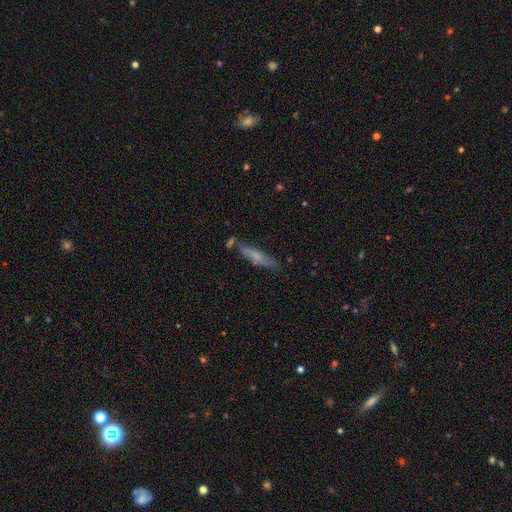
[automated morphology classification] smooth_or_featured: smooth (p=0.50) [alt: featured or disk p=0.42]
merging: none (p=0.65) [alt: minor disturbance p=0.20]